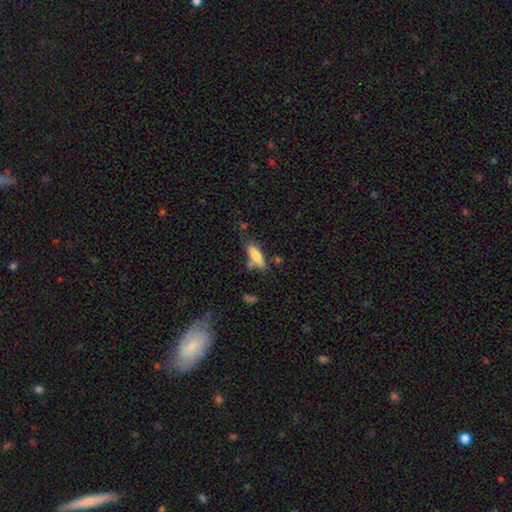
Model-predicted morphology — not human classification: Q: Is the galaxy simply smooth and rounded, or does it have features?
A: smooth — 78%.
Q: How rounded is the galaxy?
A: in between — 61%.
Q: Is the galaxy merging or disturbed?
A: none — 64%.